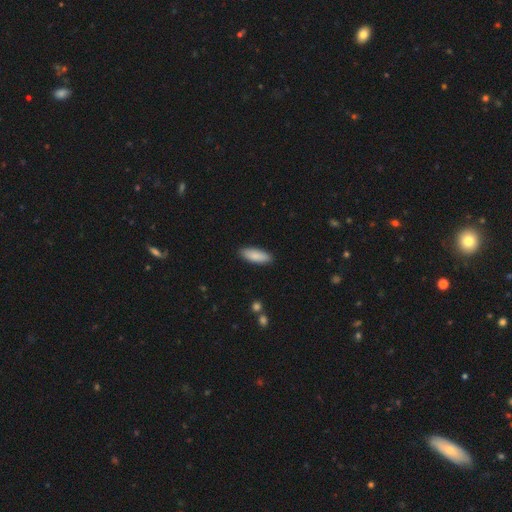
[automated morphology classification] Smooth or featured?
  - smooth: 87% *
  - featured or disk: 7%
  - star or artifact: 6%
How rounded?
  - in between: 68% *
  - cigar-shaped: 31%
  - round: 2%
Merging?
  - none: 89% *
  - minor disturbance: 8%
  - major disturbance: 2%
  - merger: 1%